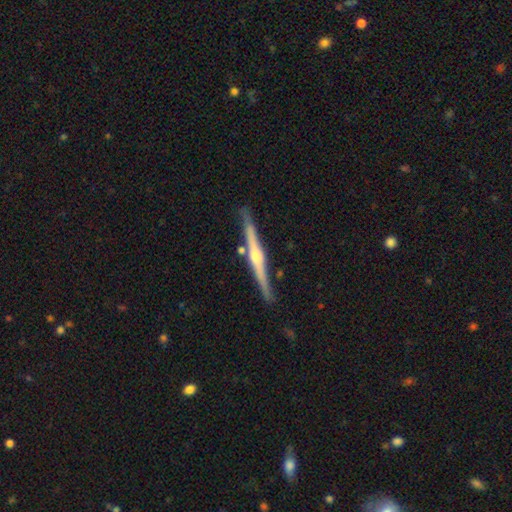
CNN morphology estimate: This is clearly a featured or disk galaxy (83%). It is clearly viewed edge-on (98%). Edge-on bulge: clearly rounded (85%). Merging: clearly none (87%).